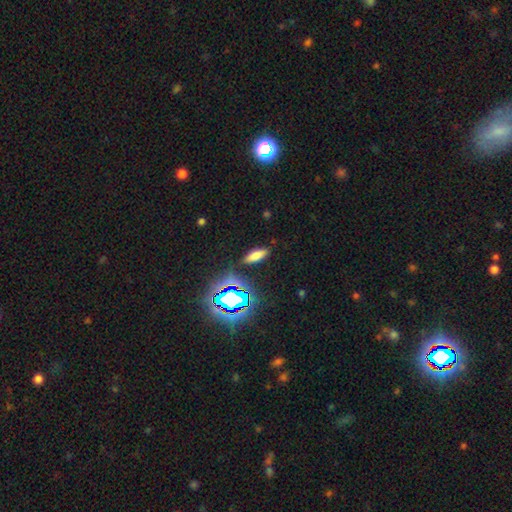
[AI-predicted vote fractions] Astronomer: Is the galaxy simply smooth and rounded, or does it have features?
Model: smooth — 68%.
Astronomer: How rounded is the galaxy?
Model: in between — 65%.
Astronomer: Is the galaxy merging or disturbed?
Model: none — 87%.